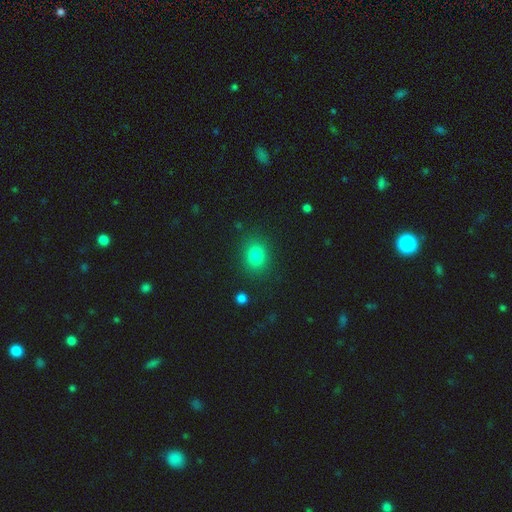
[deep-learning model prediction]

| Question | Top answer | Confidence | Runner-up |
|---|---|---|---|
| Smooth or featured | smooth | 81% | star or artifact (12%) |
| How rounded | round | 54% | in between (45%) |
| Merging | none | 84% | minor disturbance (10%) |